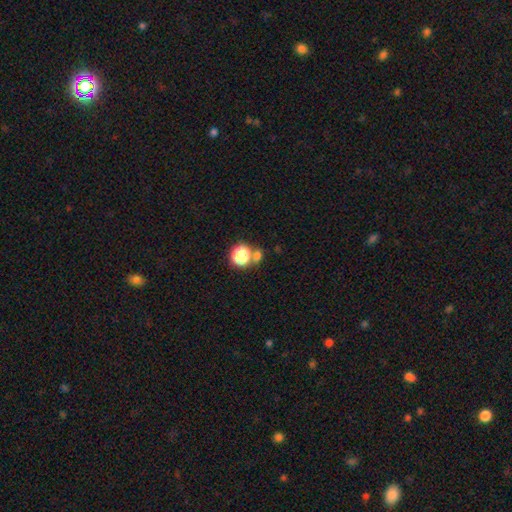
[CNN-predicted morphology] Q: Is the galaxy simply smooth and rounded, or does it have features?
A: smooth — 60%.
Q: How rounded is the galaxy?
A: round — 81%.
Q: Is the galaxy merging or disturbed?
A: none — 64%.